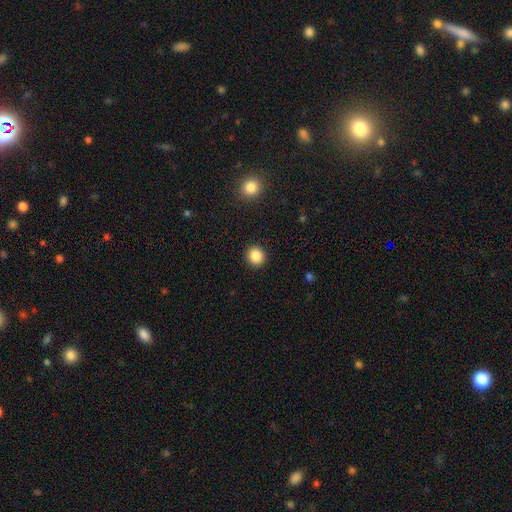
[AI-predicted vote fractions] Smooth or featured?
  - smooth: 87% *
  - star or artifact: 10%
  - featured or disk: 3%
How rounded?
  - round: 87% *
  - in between: 13%
  - cigar-shaped: 1%
Merging?
  - none: 92% *
  - minor disturbance: 5%
  - major disturbance: 2%
  - merger: 1%